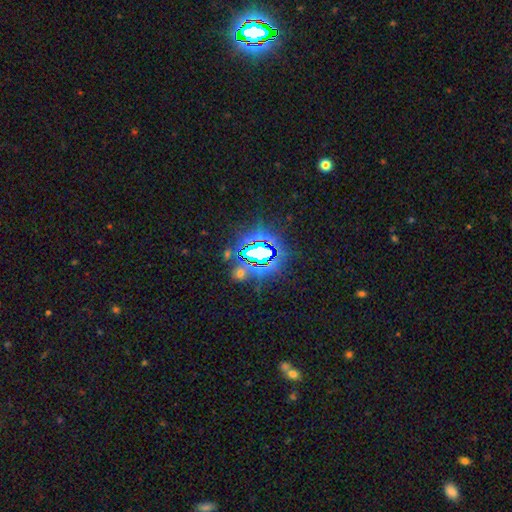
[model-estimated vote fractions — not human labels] This appears to be a star or artifact, not a galaxy (77%).